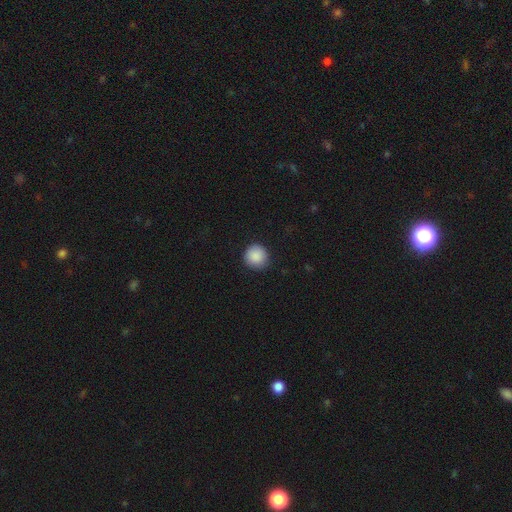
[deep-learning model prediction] A smooth galaxy with no disk features (89%) that is round (94%).

Vote fractions:
- Smooth or featured? smooth: 89% / star or artifact: 8% / featured or disk: 3%
- How rounded? round: 94% / in between: 5% / cigar-shaped: 1%
- Merging? none: 87% / minor disturbance: 10% / major disturbance: 2% / merger: 1%